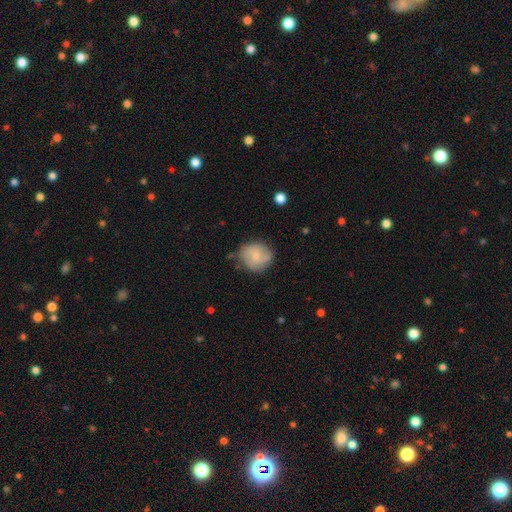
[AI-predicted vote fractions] smooth-or-featured: smooth: 56% | featured or disk: 37% | star or artifact: 7%
  how-rounded: round: 80% | in between: 19% | cigar-shaped: 1%
  merging: none: 67% | minor disturbance: 24% | major disturbance: 6% | merger: 3%